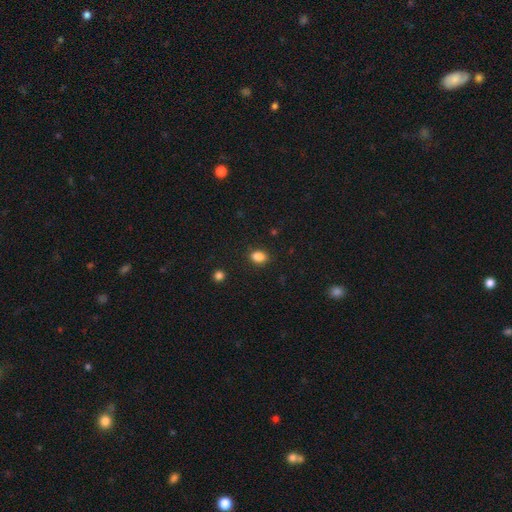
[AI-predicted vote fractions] smooth 87%, star or artifact 10%, featured or disk 3%. Down the decision tree: how rounded — in between (73%); merging — none (85%).